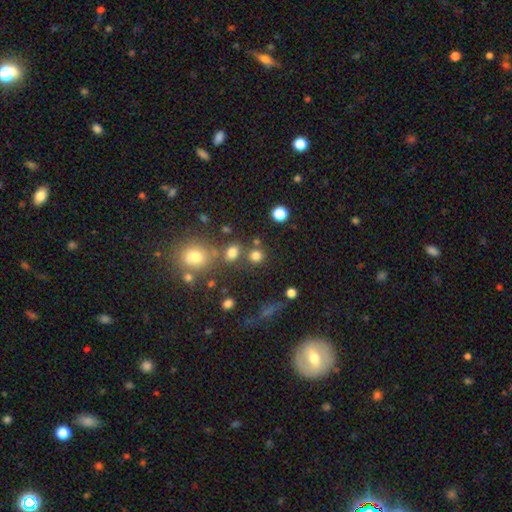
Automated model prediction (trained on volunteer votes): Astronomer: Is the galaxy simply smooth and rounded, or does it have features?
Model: smooth — 77%.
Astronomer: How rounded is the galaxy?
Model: round — 83%.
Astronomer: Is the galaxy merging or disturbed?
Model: none — 69%.